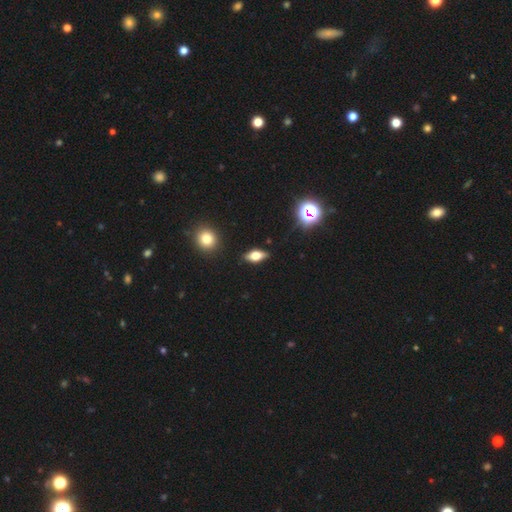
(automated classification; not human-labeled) Morphology: type=smooth (51%); roundness=in between (74%); merging=none (87%).